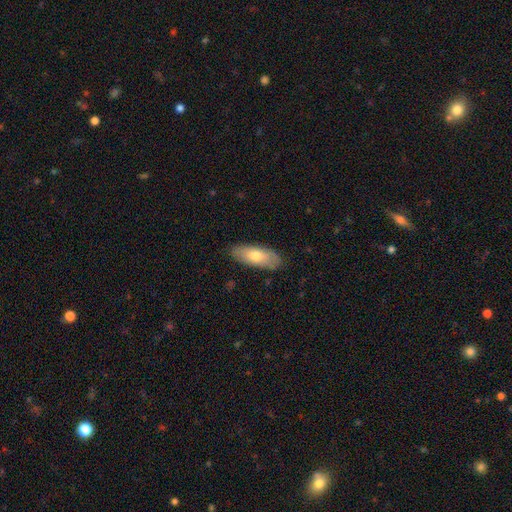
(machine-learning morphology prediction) Overall: smooth (71%). How rounded: in between (77%). Merging: none (84%).